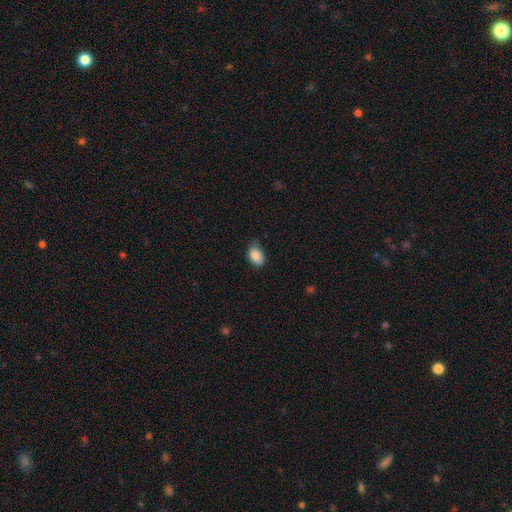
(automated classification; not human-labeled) smooth_or_featured: smooth (p=0.88) [alt: star or artifact p=0.07]
how_rounded: in between (p=0.89) [alt: round p=0.10]
merging: none (p=0.71) [alt: minor disturbance p=0.24]